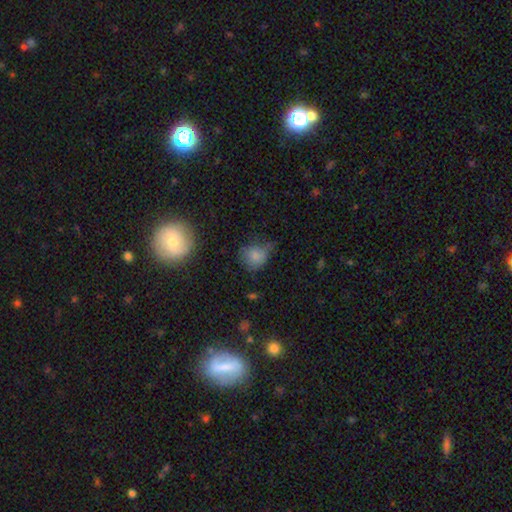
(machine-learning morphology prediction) A smooth galaxy with no disk features (78%) that is round (69%). Merging: none (45%).